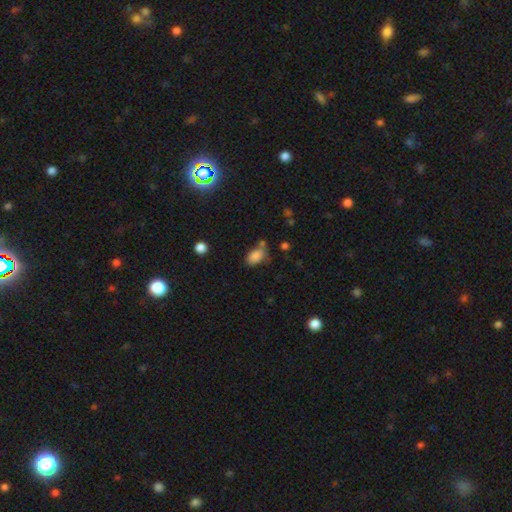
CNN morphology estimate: smooth_or_featured: smooth (p=0.84) [alt: star or artifact p=0.10]
how_rounded: in between (p=0.86) [alt: round p=0.13]
merging: none (p=0.59) [alt: minor disturbance p=0.22]